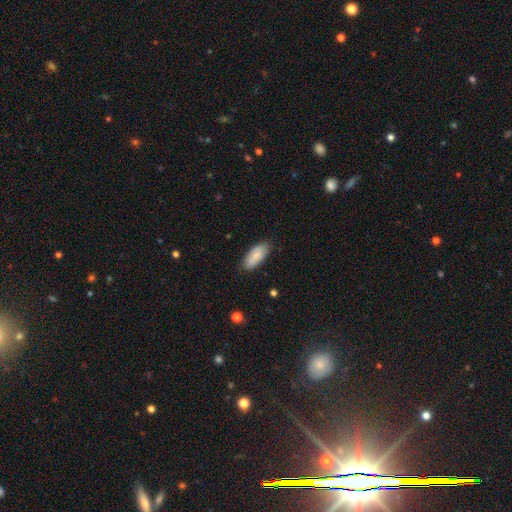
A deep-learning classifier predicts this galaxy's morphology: smooth 83%, featured or disk 11%, star or artifact 6%. Down the decision tree: how rounded — in between (84%); merging — none (81%).